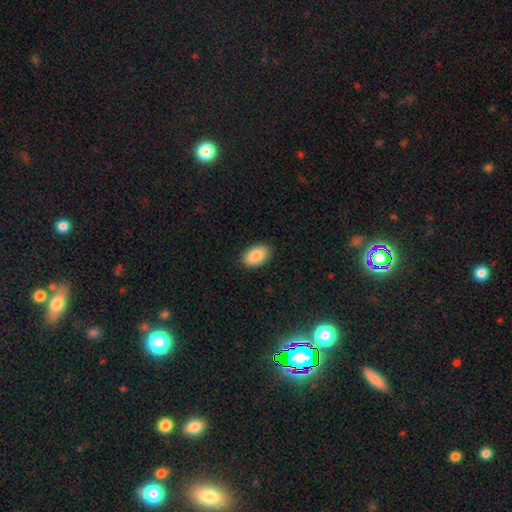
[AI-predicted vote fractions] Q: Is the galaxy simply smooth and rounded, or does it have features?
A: smooth — 87%.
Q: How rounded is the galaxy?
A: in between — 93%.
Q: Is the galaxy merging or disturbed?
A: none — 88%.